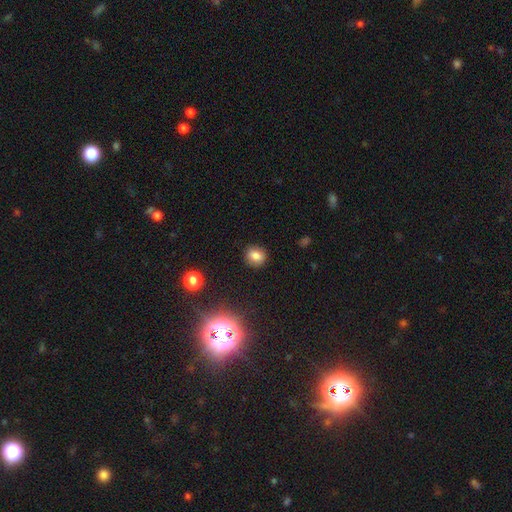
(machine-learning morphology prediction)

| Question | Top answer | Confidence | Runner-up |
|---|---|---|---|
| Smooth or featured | smooth | 80% | star or artifact (13%) |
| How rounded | round | 72% | in between (26%) |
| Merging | none | 88% | minor disturbance (8%) |